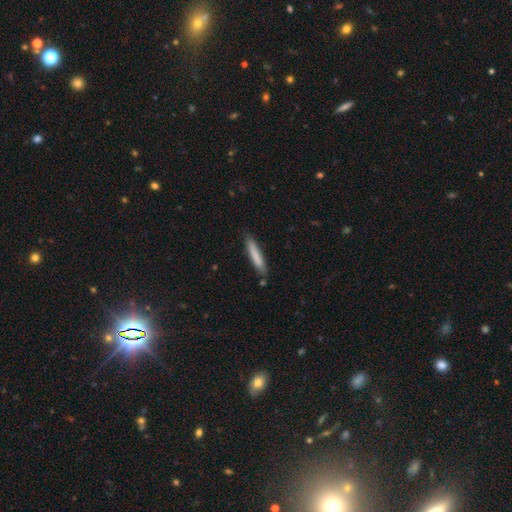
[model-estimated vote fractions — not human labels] Smooth or featured? Predicted: smooth (p=0.79). How rounded? Predicted: cigar-shaped (p=0.92). Merging? Predicted: none (p=0.81).